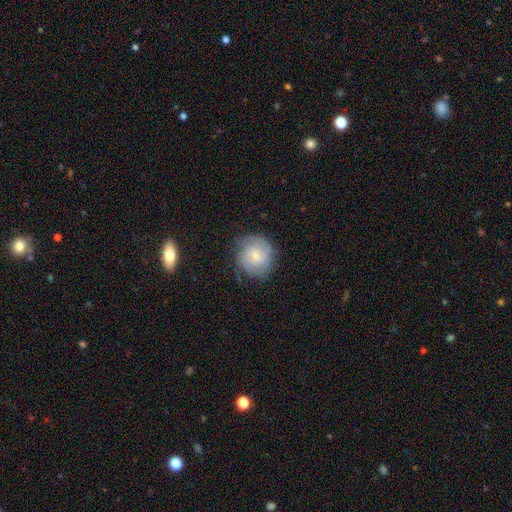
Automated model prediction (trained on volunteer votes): This is possibly a smooth galaxy (54%). How rounded: clearly round (85%). Merging: likely none (67%).